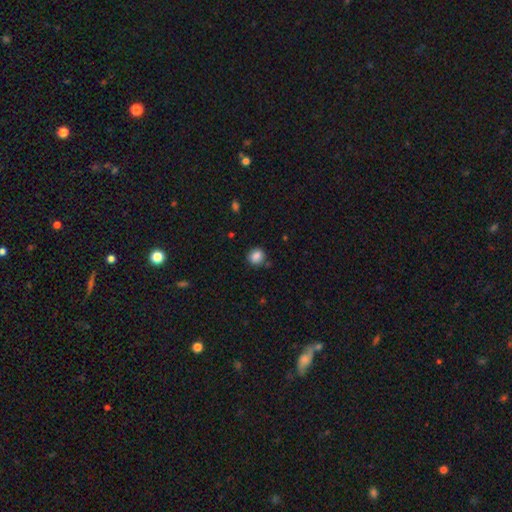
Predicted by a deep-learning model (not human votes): smooth_or_featured: smooth (p=0.86) [alt: star or artifact p=0.10]
how_rounded: round (p=0.78) [alt: in between p=0.21]
merging: none (p=0.82) [alt: minor disturbance p=0.12]